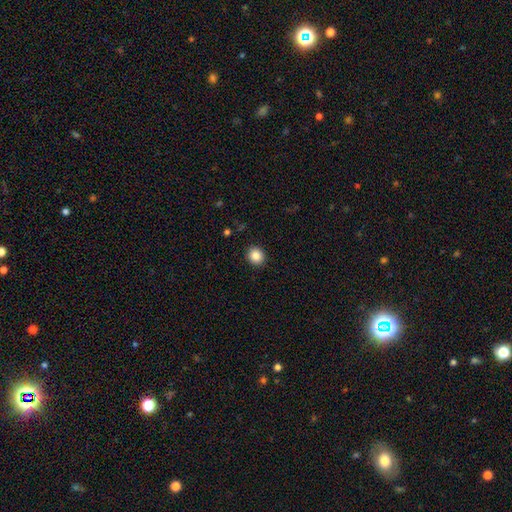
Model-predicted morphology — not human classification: Smooth or featured: smooth — 86% (star or artifact — 10%)
How rounded: round — 83% (in between — 16%)
Merging: none — 92% (minor disturbance — 5%)